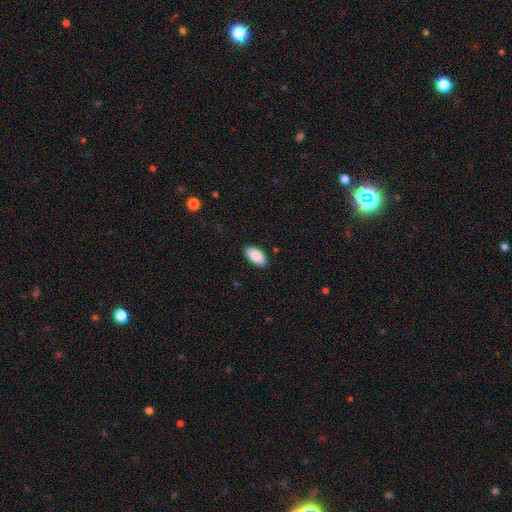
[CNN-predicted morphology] smooth 89%, star or artifact 6%, featured or disk 4%. Down the decision tree: how rounded — in between (94%); merging — none (87%).